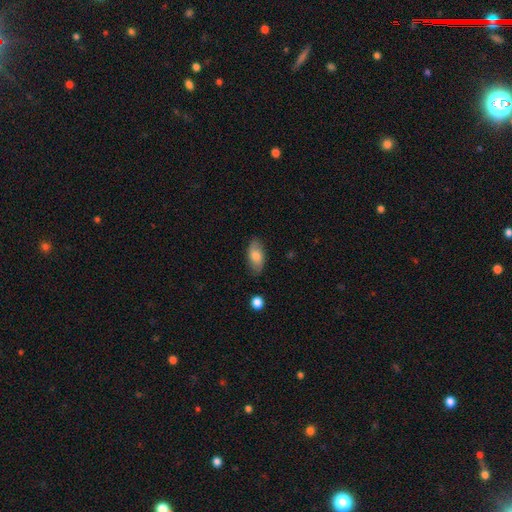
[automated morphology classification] Smooth or featured? Predicted: smooth (p=0.77). How rounded? Predicted: in between (p=0.92). Merging? Predicted: none (p=0.81).